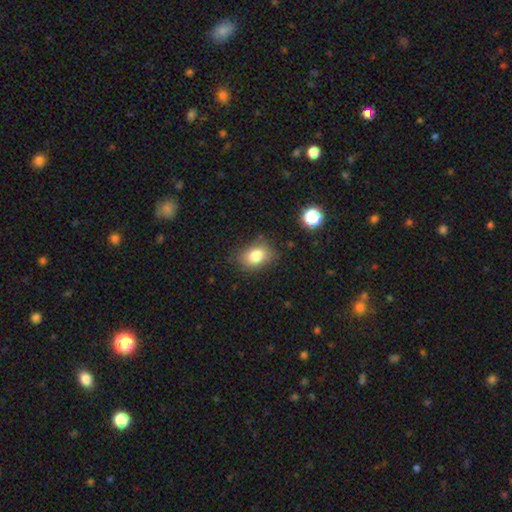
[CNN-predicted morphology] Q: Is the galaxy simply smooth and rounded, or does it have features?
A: smooth — 82%.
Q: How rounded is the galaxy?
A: in between — 76%.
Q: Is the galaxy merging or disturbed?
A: none — 77%.